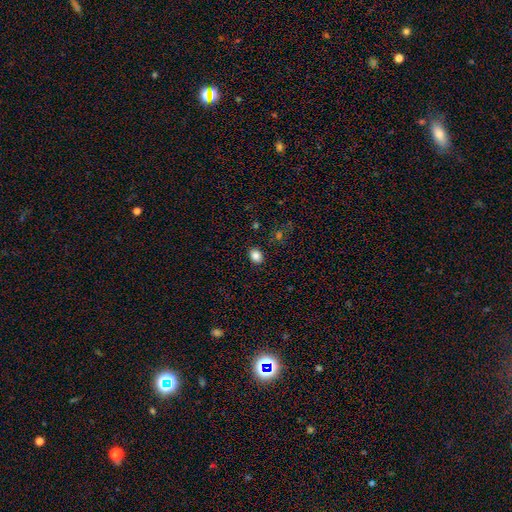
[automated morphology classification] A smooth galaxy with no disk features (85%) that is in between round and cigar-shaped (52%).

Vote fractions:
- Smooth or featured? smooth: 85% / star or artifact: 10% / featured or disk: 4%
- How rounded? in between: 52% / round: 47% / cigar-shaped: 1%
- Merging? none: 89% / minor disturbance: 7% / major disturbance: 2% / merger: 1%